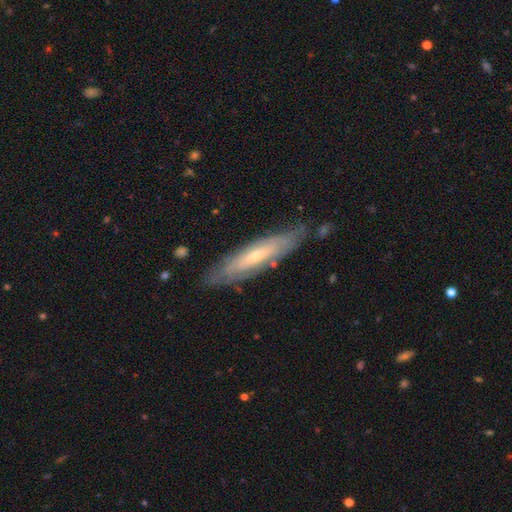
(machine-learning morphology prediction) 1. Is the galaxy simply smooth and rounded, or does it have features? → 64% featured or disk, 31% smooth, 6% star or artifact.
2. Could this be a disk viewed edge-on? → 51% yes, 49% no.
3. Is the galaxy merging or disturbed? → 77% none, 17% minor disturbance, 4% major disturbance, 2% merger.